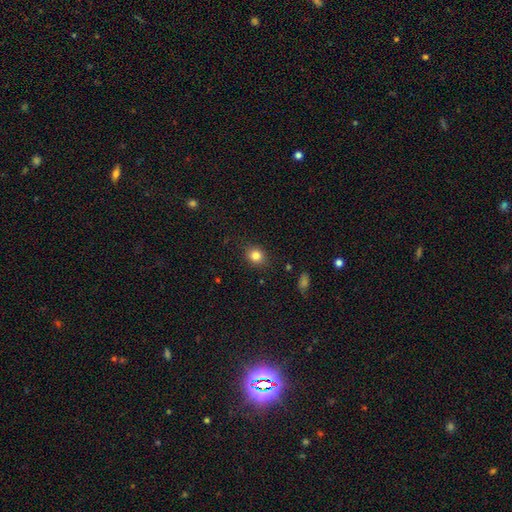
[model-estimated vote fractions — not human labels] Smooth or featured?
  - smooth: 83% *
  - star or artifact: 11%
  - featured or disk: 6%
How rounded?
  - round: 69% *
  - in between: 30%
  - cigar-shaped: 1%
Merging?
  - none: 87% *
  - minor disturbance: 9%
  - major disturbance: 3%
  - merger: 1%